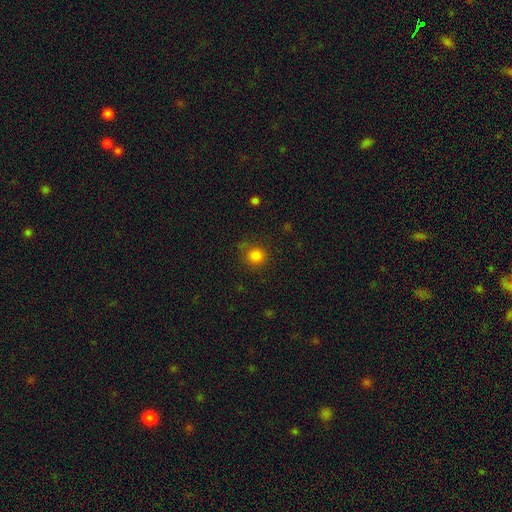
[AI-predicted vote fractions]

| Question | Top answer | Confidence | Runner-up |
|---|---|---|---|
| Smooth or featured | smooth | 83% | star or artifact (13%) |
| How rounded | round | 88% | in between (11%) |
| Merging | none | 78% | minor disturbance (15%) |